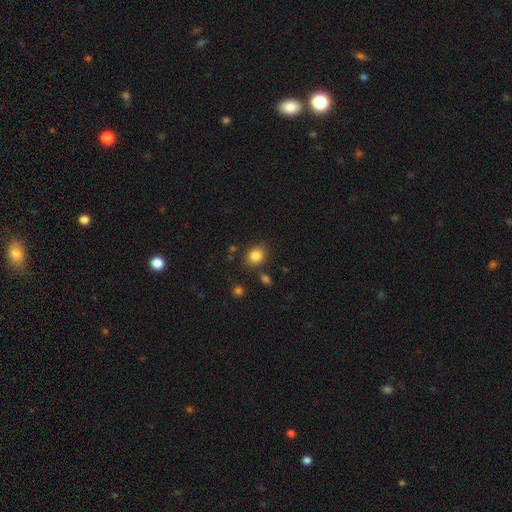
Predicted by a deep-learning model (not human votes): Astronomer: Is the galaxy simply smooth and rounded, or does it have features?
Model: smooth — 84%.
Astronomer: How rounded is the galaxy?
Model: round — 52% (runner-up: in between, 47%).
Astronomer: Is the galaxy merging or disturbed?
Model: none — 81%.